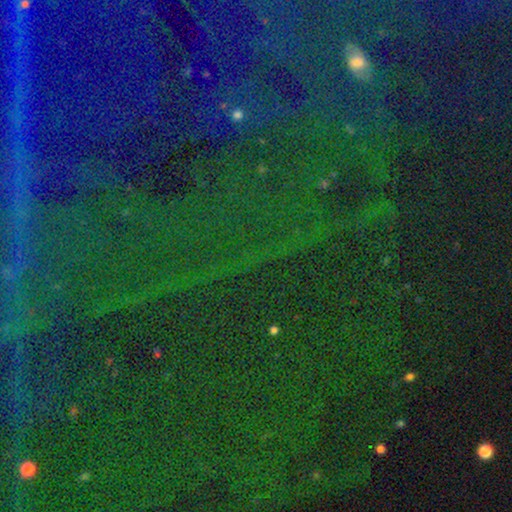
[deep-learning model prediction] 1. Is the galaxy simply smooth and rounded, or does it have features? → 83% star or artifact, 9% smooth, 8% featured or disk.